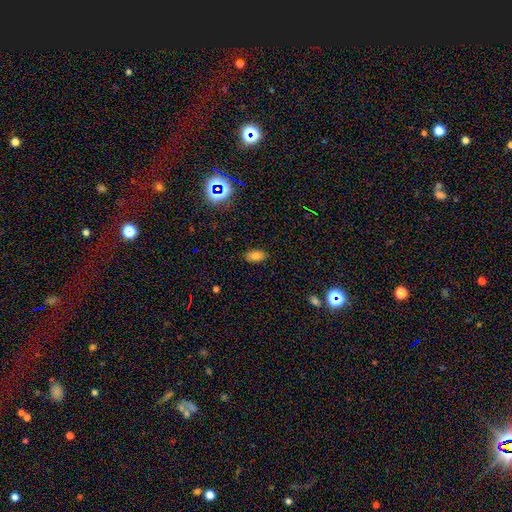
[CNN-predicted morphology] This appears to be a smooth galaxy with no disk features (78%) that is in between round and cigar-shaped (91%). Merging: none (86%).